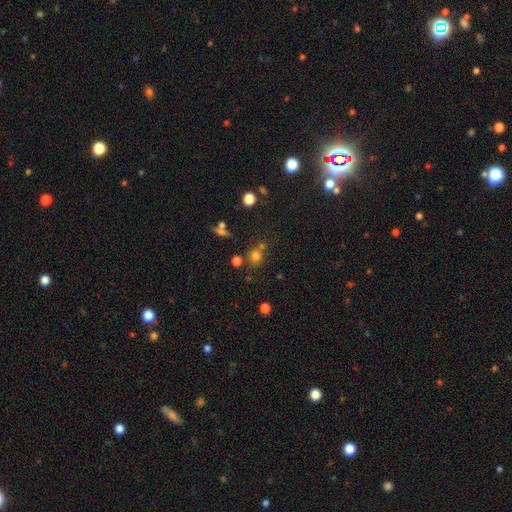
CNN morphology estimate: Overall: smooth (72%). How rounded: round (83%). Merging: none (65%).